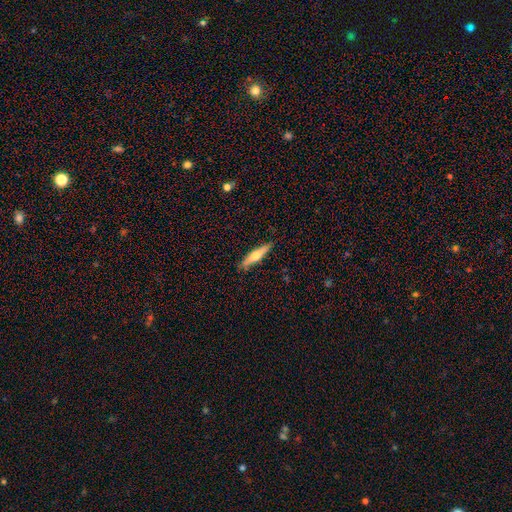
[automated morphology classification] type=smooth (50%); merging=none (87%).